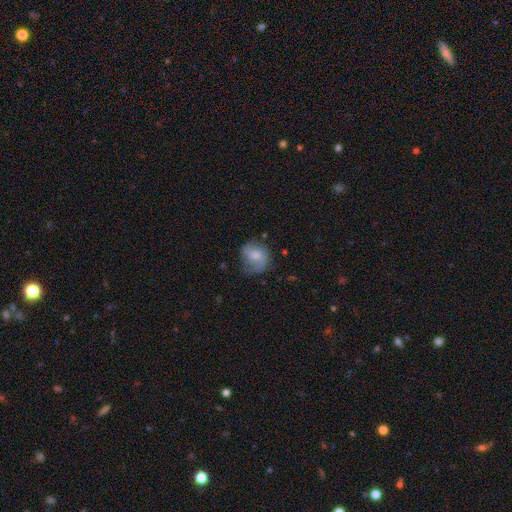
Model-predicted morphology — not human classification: This appears to be a smooth galaxy with no disk features (56%) that is round (68%). Merging: none (53%).